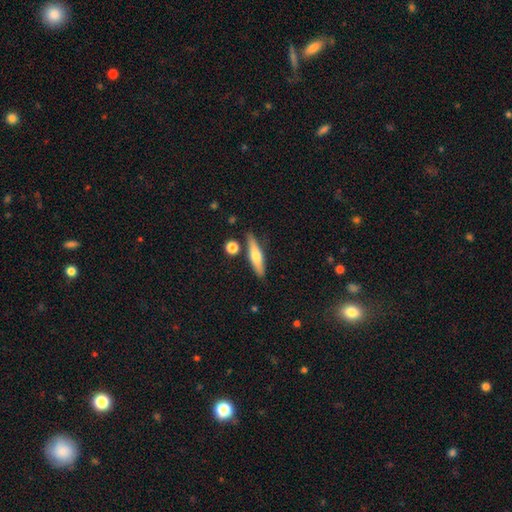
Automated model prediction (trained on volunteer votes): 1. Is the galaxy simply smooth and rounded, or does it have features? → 53% smooth, 40% featured or disk, 6% star or artifact.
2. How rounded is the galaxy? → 79% cigar-shaped, 19% in between, 3% round.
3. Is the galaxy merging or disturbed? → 81% none, 11% minor disturbance, 6% merger, 2% major disturbance.